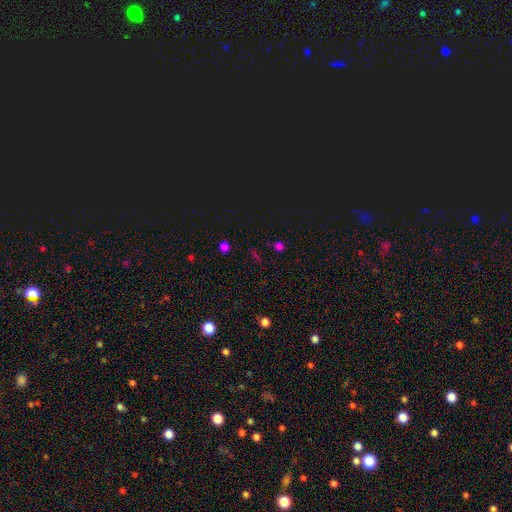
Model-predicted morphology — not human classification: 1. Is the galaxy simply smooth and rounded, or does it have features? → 58% star or artifact, 33% smooth, 9% featured or disk.